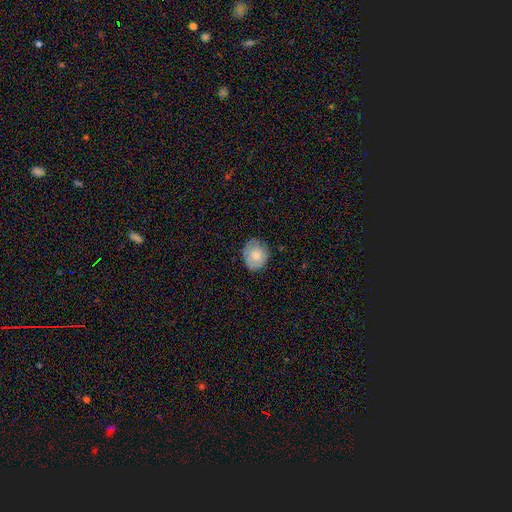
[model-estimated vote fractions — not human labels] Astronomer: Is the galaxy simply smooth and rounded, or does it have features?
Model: smooth — 77%.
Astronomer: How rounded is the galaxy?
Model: round — 64%.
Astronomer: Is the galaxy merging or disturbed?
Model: none — 76%.